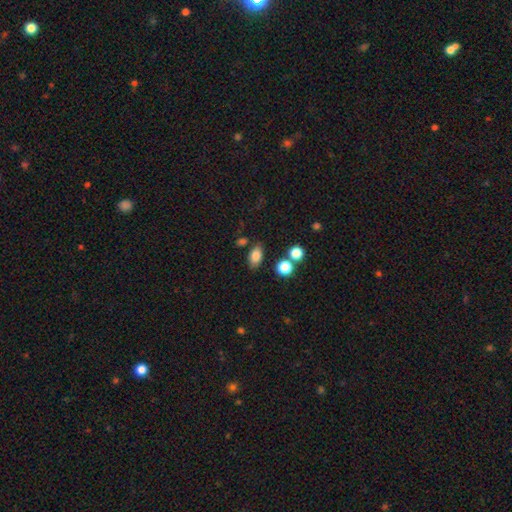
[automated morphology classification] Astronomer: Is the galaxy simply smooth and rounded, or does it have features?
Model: smooth — 81%.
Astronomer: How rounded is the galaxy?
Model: in between — 86%.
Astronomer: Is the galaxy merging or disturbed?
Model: none — 78%.